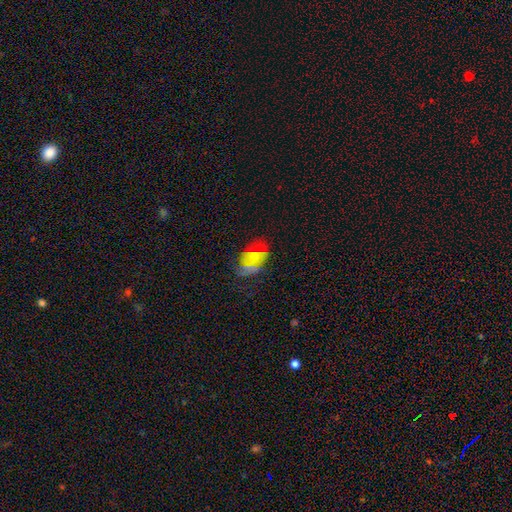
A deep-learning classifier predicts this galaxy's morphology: Q: Smooth or featured?
A: smooth (41%); runner-up: featured or disk (38%)
Q: Merging?
A: none (52%); runner-up: minor disturbance (25%)